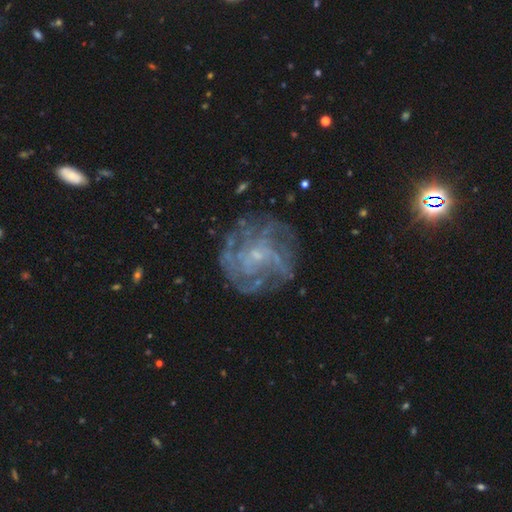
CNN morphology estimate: featured or disk 78%, star or artifact 11%, smooth 11%. Down the decision tree: edge-on disk — no (98%); bar — no (72%); spiral arms — yes (84%); spiral arm count — can't tell (38%); spiral winding — tight (51%); bulge size — small (75%); merging — none (73%).